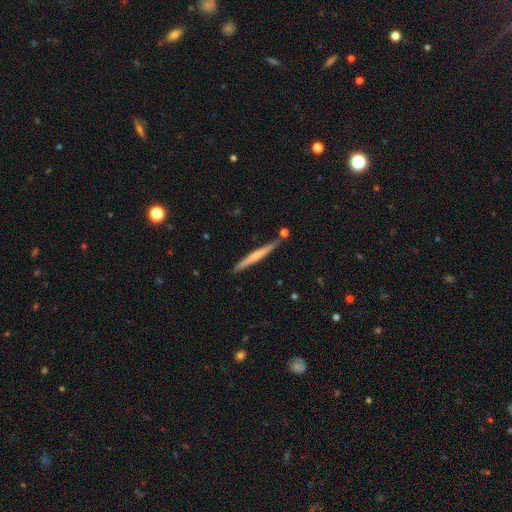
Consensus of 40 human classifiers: Smooth or featured: featured or disk — 52% (smooth — 40%)
Edge-on disk: yes — 95% (no — 5%)
Edge-on bulge: none — 70% (rounded — 25%)
Merging: none — 65% (minor disturbance — 27%)